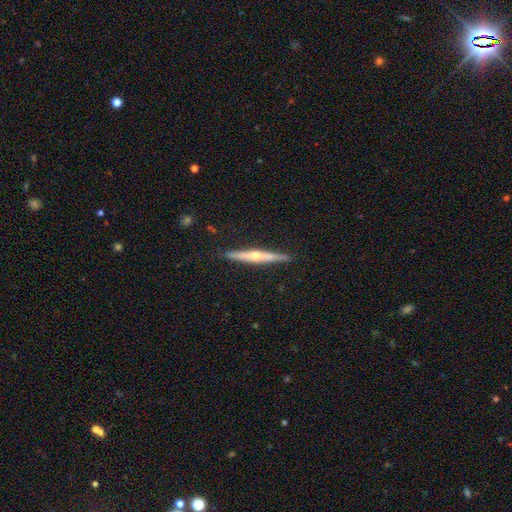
Volunteers were most divided on "smooth or featured": featured or disk: 66%, smooth: 29%, star or artifact: 5%. More confident: edge-on disk — yes (96%); merging — none (89%); edge-on bulge — rounded (83%).